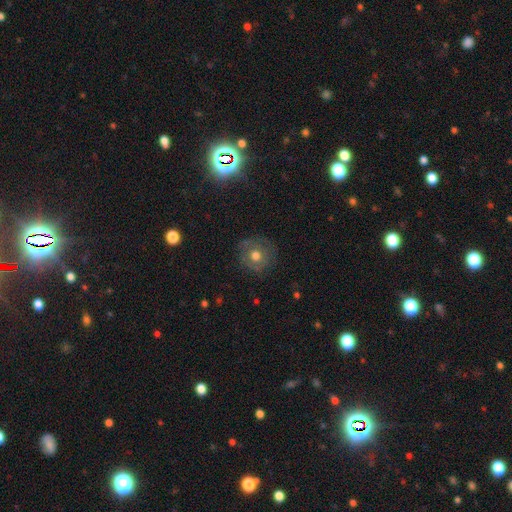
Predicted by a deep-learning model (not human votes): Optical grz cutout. It shows a smooth galaxy with no disk features (58%) that is round (91%). Merging: none (80%).